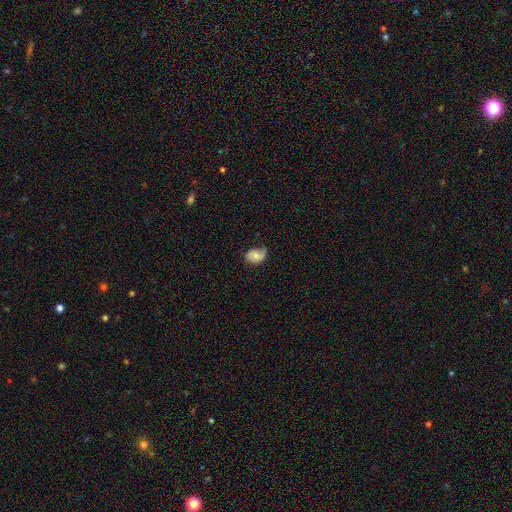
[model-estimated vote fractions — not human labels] Smooth or featured? Predicted: smooth (p=0.58). How rounded? Predicted: in between (p=0.71). Merging? Predicted: none (p=0.51).